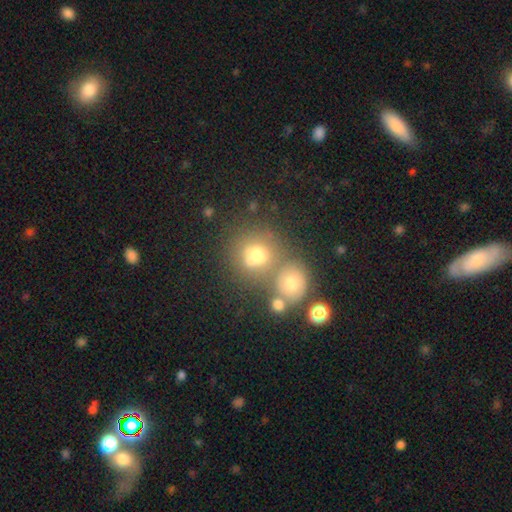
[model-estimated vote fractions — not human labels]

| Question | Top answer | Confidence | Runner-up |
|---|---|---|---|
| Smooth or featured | smooth | 66% | featured or disk (17%) |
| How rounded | round | 83% | in between (16%) |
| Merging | none | 47% | merger (37%) |